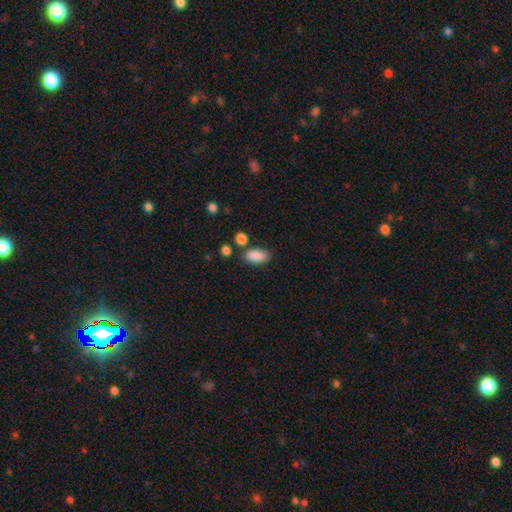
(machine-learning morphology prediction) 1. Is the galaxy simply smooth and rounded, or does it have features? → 88% smooth, 7% star or artifact, 4% featured or disk.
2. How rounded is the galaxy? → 91% in between, 5% cigar-shaped, 4% round.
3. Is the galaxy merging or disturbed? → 76% none, 13% minor disturbance, 7% merger, 3% major disturbance.